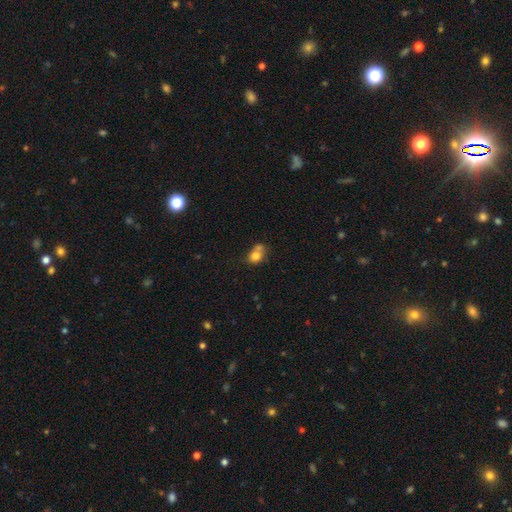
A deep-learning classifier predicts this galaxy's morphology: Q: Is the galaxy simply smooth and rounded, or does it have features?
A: smooth — 76%.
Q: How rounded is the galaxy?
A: round — 53%.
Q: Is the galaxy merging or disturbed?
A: merger — 42%.